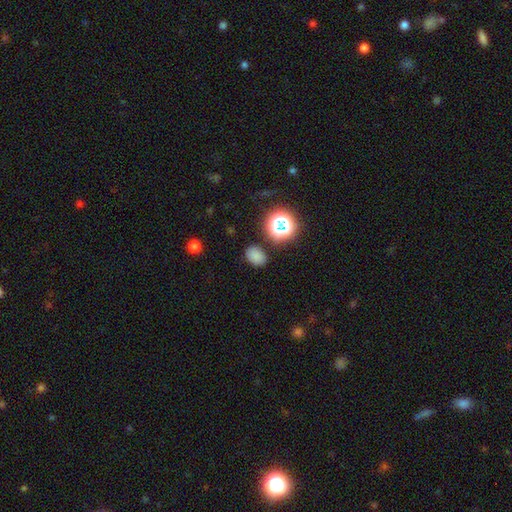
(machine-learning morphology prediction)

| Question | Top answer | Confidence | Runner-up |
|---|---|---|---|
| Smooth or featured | smooth | 75% | star or artifact (20%) |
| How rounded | in between | 64% | round (35%) |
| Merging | none | 80% | minor disturbance (12%) |